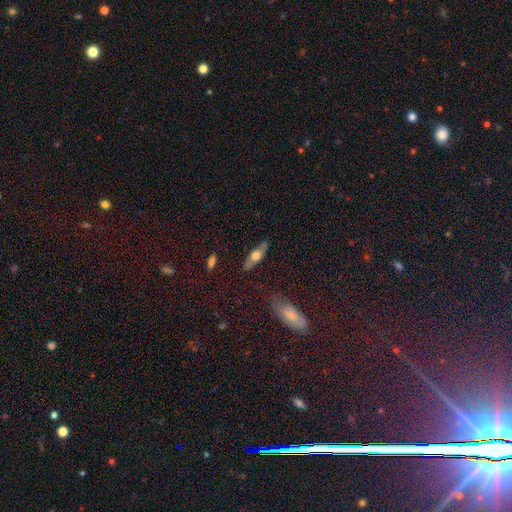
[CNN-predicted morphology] smooth_or_featured: featured or disk (p=0.47) [tied with: smooth p=0.47]
merging: none (p=0.82) [alt: minor disturbance p=0.13]